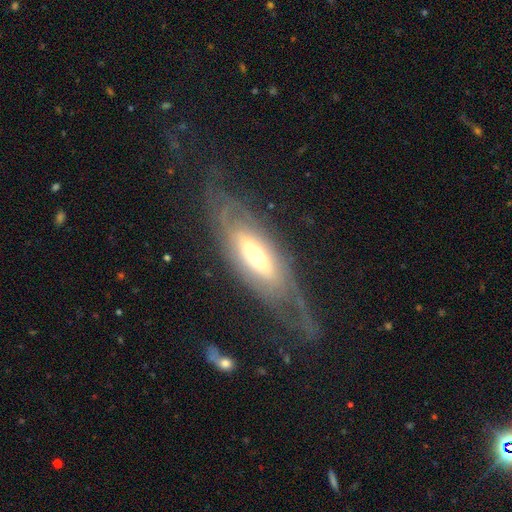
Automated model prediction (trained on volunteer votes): This appears to be a featured or disk galaxy (77%) with no bar (58%), spiral arms (80%) and a moderate central bulge (53%). Merging: none (61%).